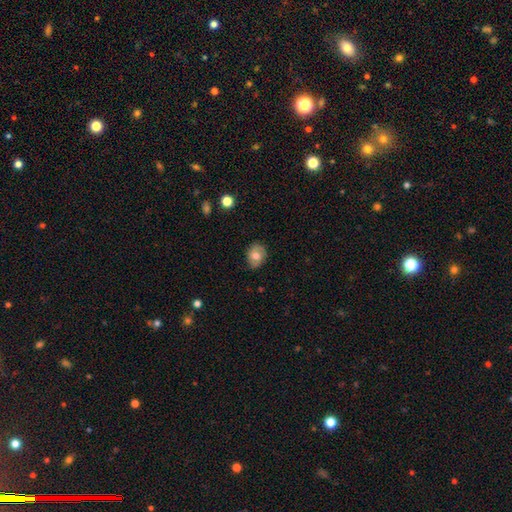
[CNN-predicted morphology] Overall: smooth (64%; featured or disk 27%). How rounded: round (52%; in between 47%). Merging: none (78%).